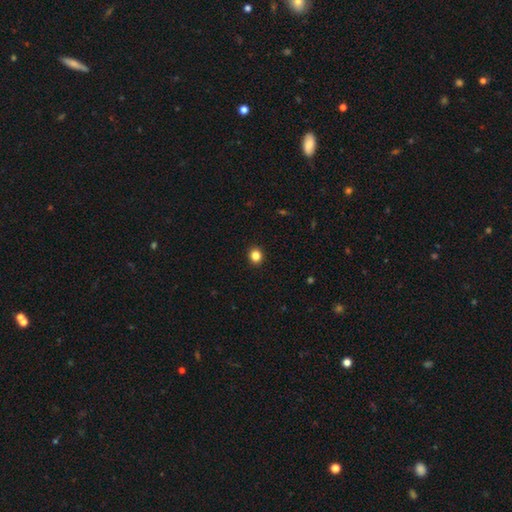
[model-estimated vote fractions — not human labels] A smooth galaxy with no disk features (84%) that is round (82%). Merging: none (93%).